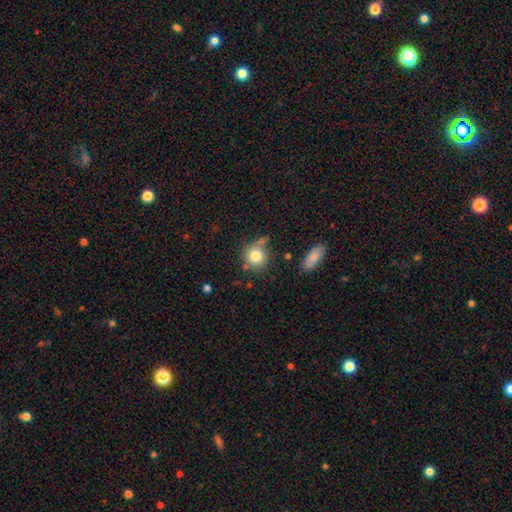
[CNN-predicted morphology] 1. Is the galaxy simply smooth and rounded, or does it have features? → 81% smooth, 10% featured or disk, 9% star or artifact.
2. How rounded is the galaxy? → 87% round, 12% in between, 1% cigar-shaped.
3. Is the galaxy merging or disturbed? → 60% none, 20% minor disturbance, 13% merger, 8% major disturbance.